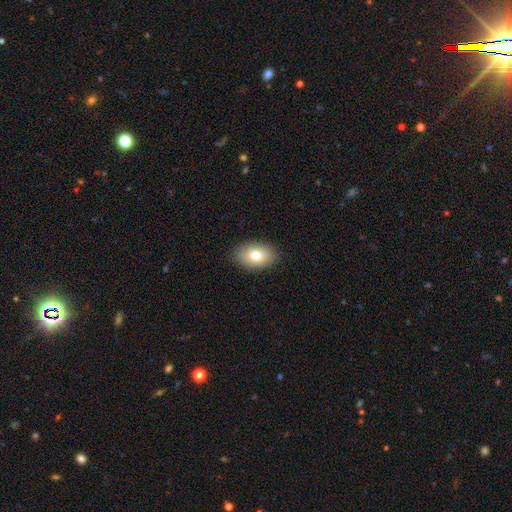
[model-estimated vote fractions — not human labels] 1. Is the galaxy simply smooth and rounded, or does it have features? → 76% smooth, 16% featured or disk, 8% star or artifact.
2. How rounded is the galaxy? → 89% in between, 10% round, 1% cigar-shaped.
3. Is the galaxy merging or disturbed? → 88% none, 9% minor disturbance, 2% major disturbance, 1% merger.